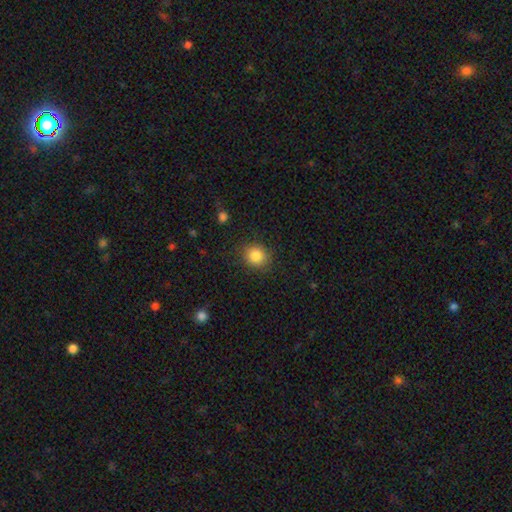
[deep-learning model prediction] Smooth or featured: smooth — 84% (star or artifact — 10%)
How rounded: round — 79% (in between — 20%)
Merging: none — 85% (minor disturbance — 10%)